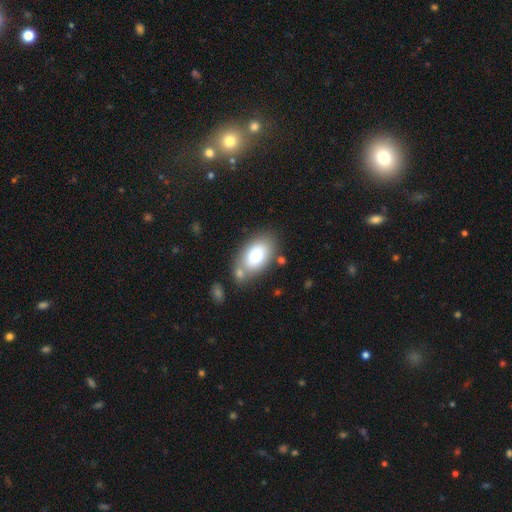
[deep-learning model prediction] A smooth galaxy with no disk features (76%) that is in between round and cigar-shaped (92%).

Vote fractions:
- Smooth or featured? smooth: 76% / featured or disk: 17% / star or artifact: 7%
- How rounded? in between: 92% / round: 6% / cigar-shaped: 2%
- Merging? none: 64% / merger: 17% / minor disturbance: 15% / major disturbance: 5%